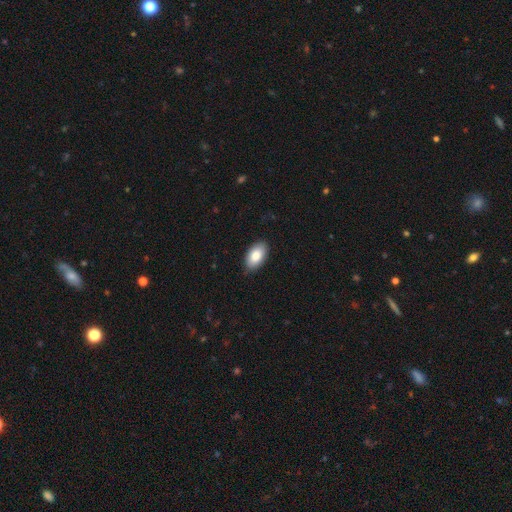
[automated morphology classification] The model was most divided on "merging": none: 86%, minor disturbance: 11%, major disturbance: 2%, merger: 1%. More confident: how rounded — in between (95%); smooth or featured — smooth (85%).